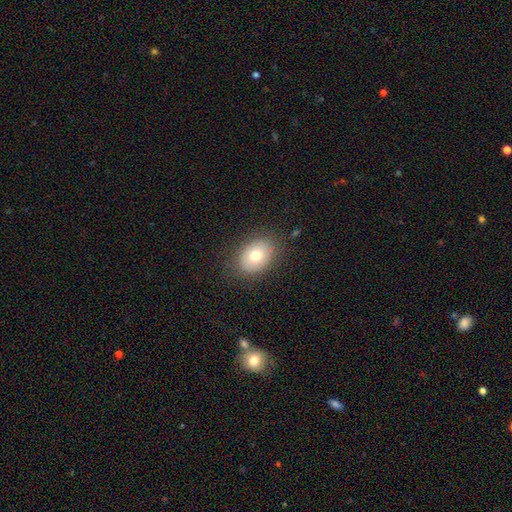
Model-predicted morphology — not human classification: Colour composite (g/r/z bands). It shows a smooth galaxy with no disk features (72%) that is in between round and cigar-shaped (69%). Merging: none (83%).